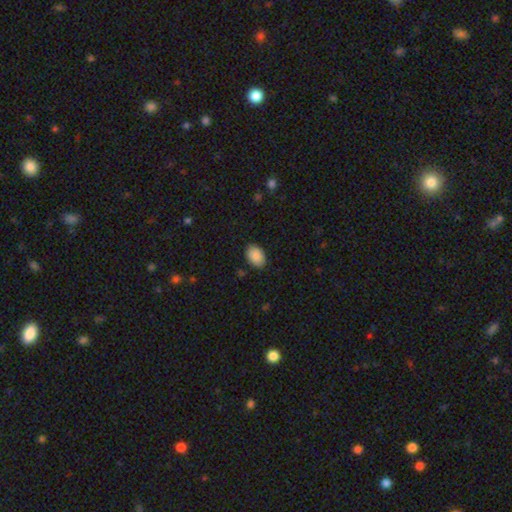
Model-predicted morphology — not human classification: This appears to be a smooth galaxy with no disk features (90%) that is in between round and cigar-shaped (85%). Merging: none (85%).